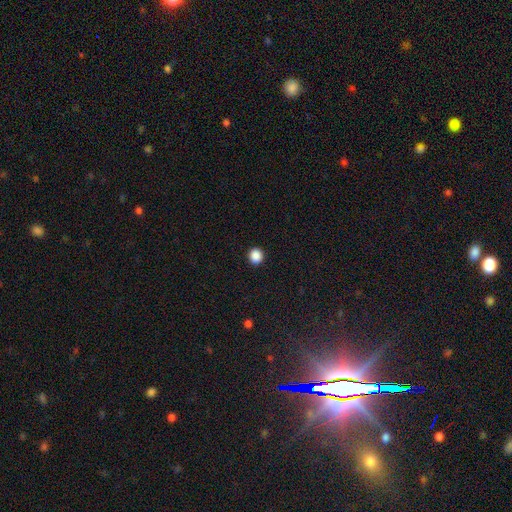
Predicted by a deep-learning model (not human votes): Overall: smooth (88%). How rounded: round (90%). Merging: none (93%).